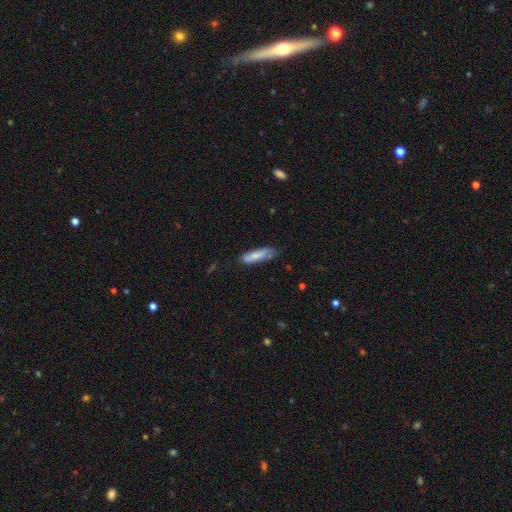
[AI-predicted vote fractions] Morphology: type=smooth (72%); roundness=cigar-shaped (62%); merging=none (60%).